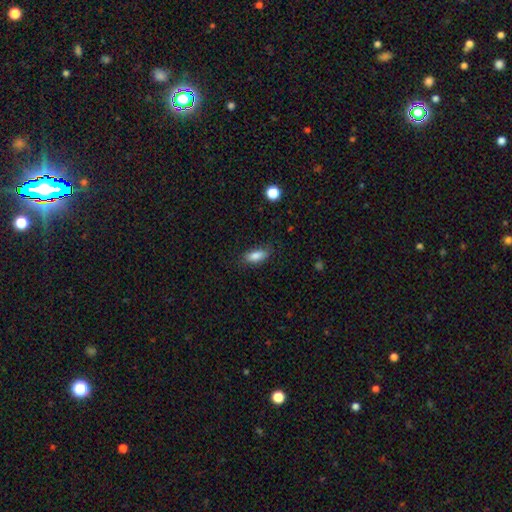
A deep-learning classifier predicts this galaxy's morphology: smooth 85%, star or artifact 8%, featured or disk 7%. Down the decision tree: how rounded — in between (80%); merging — none (79%).